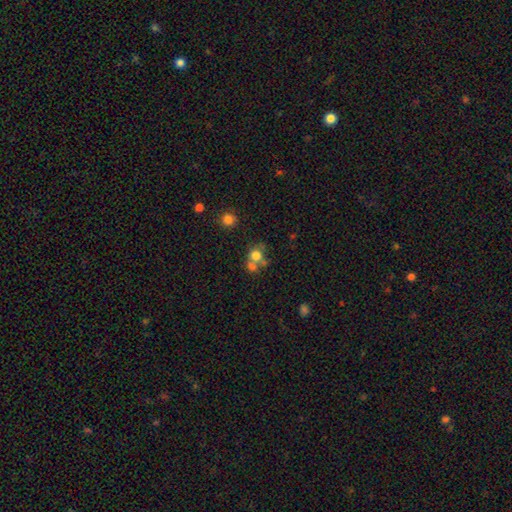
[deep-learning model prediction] Smooth or featured? smooth (71%)
How rounded? round (79%)
Merging? merger (45%)